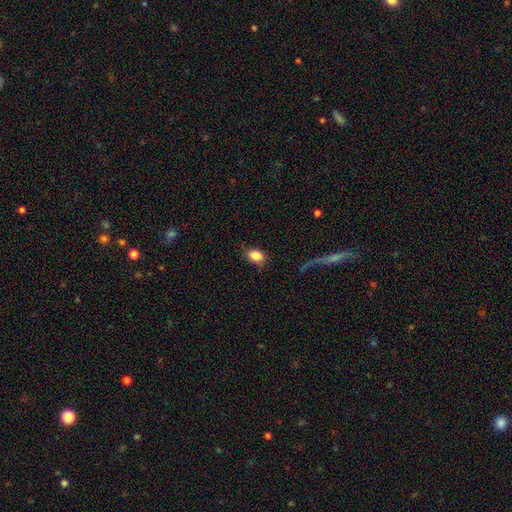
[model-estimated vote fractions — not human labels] smooth-or-featured: smooth: 85% | star or artifact: 8% | featured or disk: 7%
  how-rounded: in between: 80% | round: 18% | cigar-shaped: 2%
  merging: none: 72% | minor disturbance: 18% | major disturbance: 7% | merger: 3%